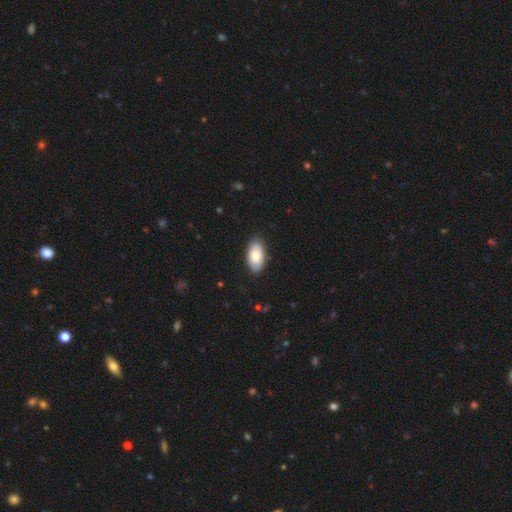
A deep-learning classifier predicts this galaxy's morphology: This appears to be a smooth galaxy with no disk features (78%) that is in between round and cigar-shaped (95%). Merging: none (85%).